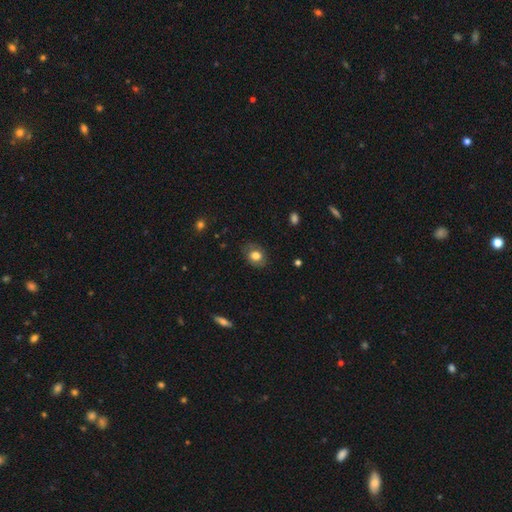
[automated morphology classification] Overall: smooth (73%). How rounded: in between (55%; round 44%). Merging: none (79%).